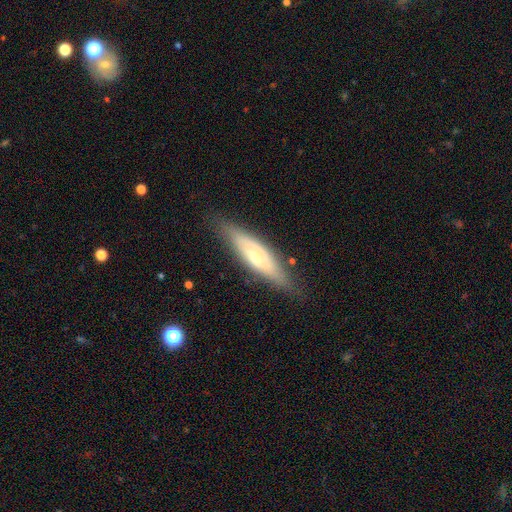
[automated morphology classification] Smooth or featured? smooth (47%)
Merging? none (79%)